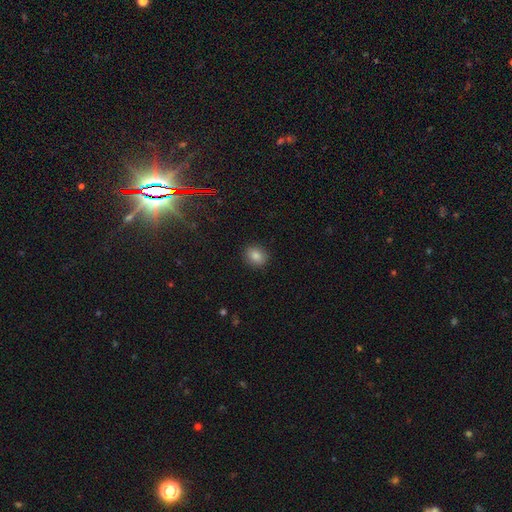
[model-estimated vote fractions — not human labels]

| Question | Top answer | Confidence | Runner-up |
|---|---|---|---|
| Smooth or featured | smooth | 84% | star or artifact (11%) |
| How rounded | round | 59% | in between (40%) |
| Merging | none | 90% | minor disturbance (7%) |